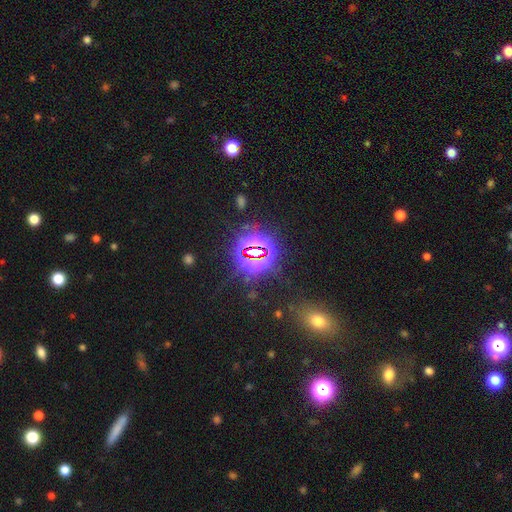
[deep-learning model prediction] The model was most divided on "smooth or featured": star or artifact: 81%, smooth: 11%, featured or disk: 8%.